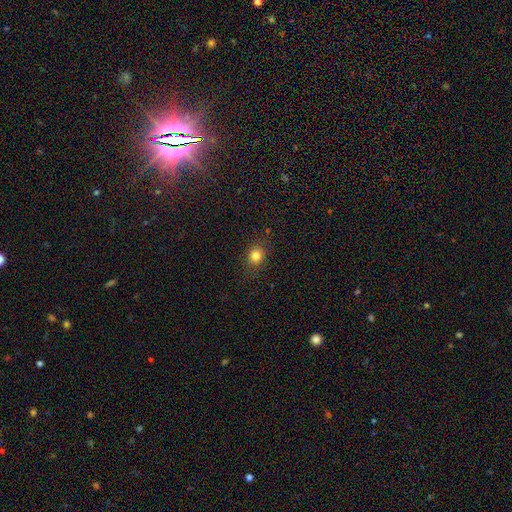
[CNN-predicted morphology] smooth 82%, star or artifact 12%, featured or disk 6%. Down the decision tree: how rounded — round (69%); merging — none (85%).